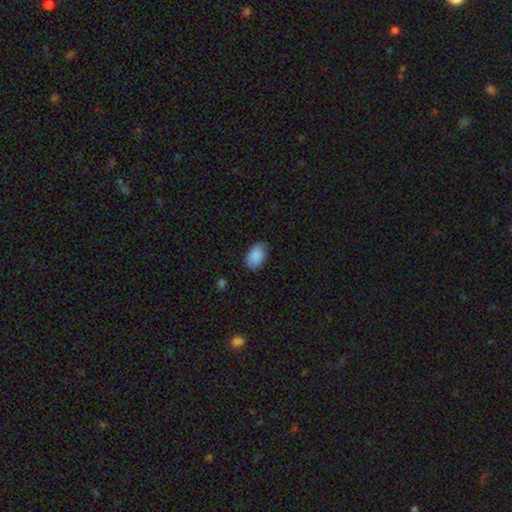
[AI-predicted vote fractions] smooth_or_featured: smooth (p=0.90) [alt: star or artifact p=0.07]
how_rounded: in between (p=0.92) [alt: round p=0.06]
merging: none (p=0.83) [alt: minor disturbance p=0.13]